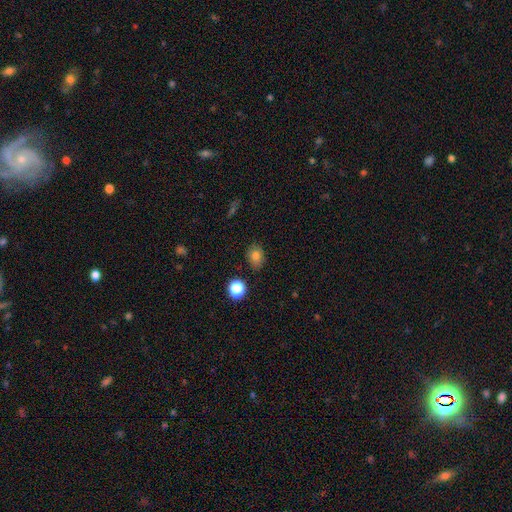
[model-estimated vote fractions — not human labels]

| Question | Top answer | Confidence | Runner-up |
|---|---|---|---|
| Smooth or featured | smooth | 78% | star or artifact (14%) |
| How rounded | in between | 59% | round (40%) |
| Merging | none | 81% | minor disturbance (14%) |